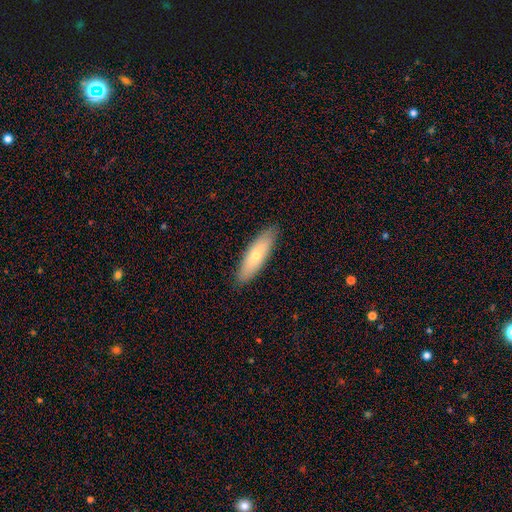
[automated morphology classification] Smooth or featured? Predicted: smooth (p=0.65). How rounded? Predicted: cigar-shaped (p=0.60). Merging? Predicted: none (p=0.89).